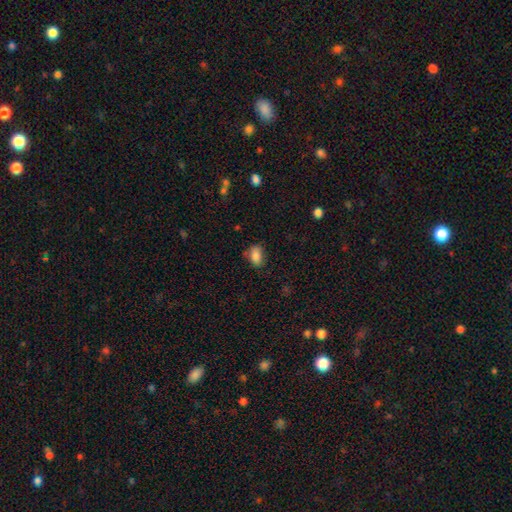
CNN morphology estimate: smooth_or_featured: smooth (p=0.86) [alt: star or artifact p=0.09]
how_rounded: in between (p=0.87) [alt: round p=0.11]
merging: none (p=0.67) [alt: minor disturbance p=0.23]